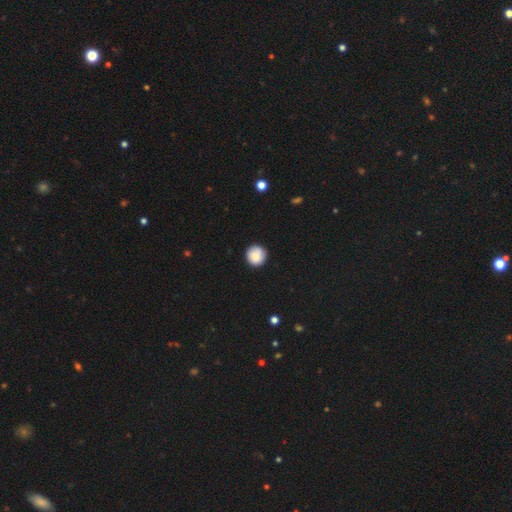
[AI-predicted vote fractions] Smooth or featured? Predicted: smooth (p=0.86). How rounded? Predicted: round (p=0.94). Merging? Predicted: none (p=0.87).